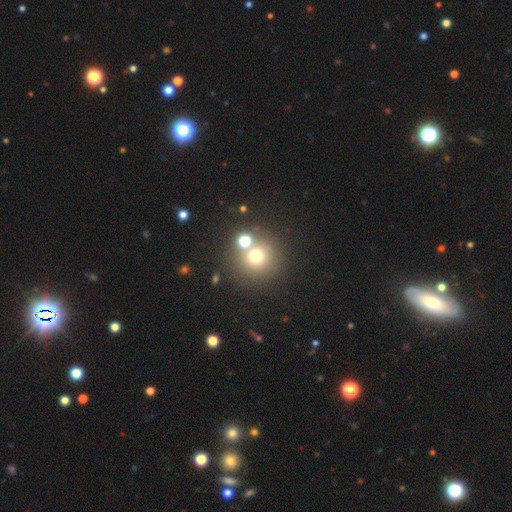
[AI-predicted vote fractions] Morphology: type=smooth (68%); roundness=round (92%); merging=none (67%).